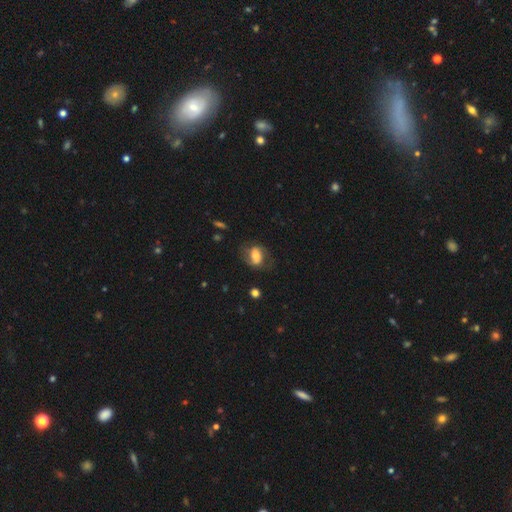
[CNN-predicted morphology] This is possibly a smooth galaxy (51%). How rounded: likely in between (70%). Merging: likely none (63%).